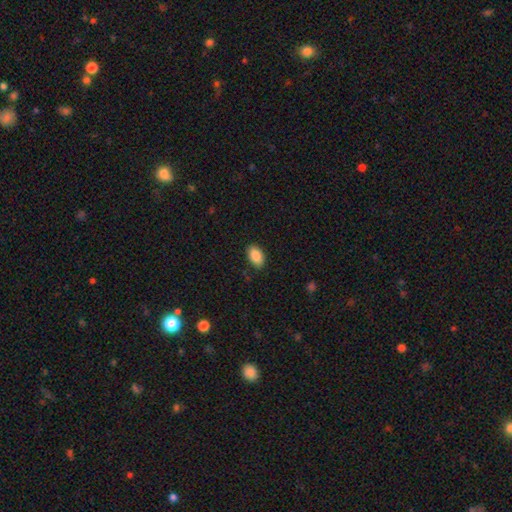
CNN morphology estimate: This appears to be a smooth galaxy with no disk features (88%) that is in between round and cigar-shaped (92%). Merging: none (85%).